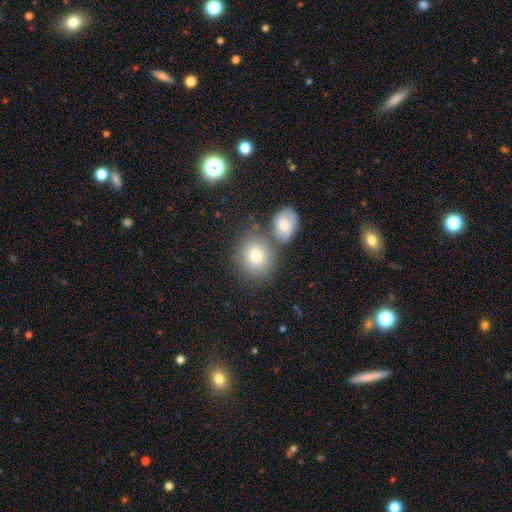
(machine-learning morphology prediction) Smooth or featured? smooth (79%)
How rounded? round (61%)
Merging? none (60%)